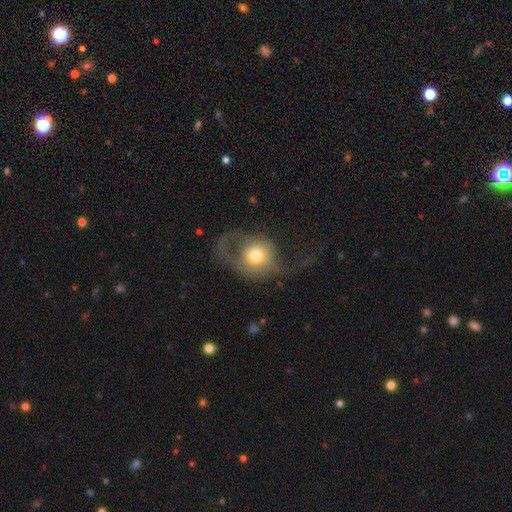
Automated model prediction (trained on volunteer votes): Overall: smooth (56%; featured or disk 36%). How rounded: round (71%). Merging: major disturbance (59%; none 23%).